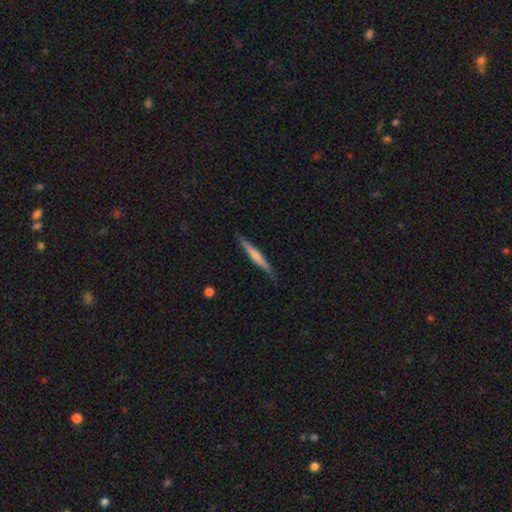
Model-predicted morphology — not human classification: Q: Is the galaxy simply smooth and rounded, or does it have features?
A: smooth — 54%.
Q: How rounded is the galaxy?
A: cigar-shaped — 95%.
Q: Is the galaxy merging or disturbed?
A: none — 86%.